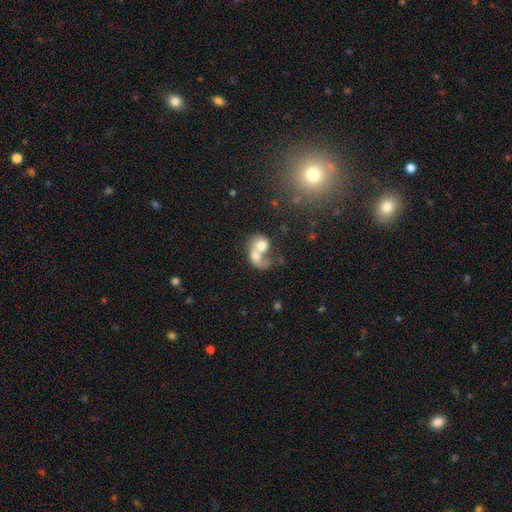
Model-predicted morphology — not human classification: The model was most divided on "how rounded": round: 50%, in between: 49%, cigar-shaped: 1%. More confident: merging — merger (78%); smooth or featured — smooth (55%).